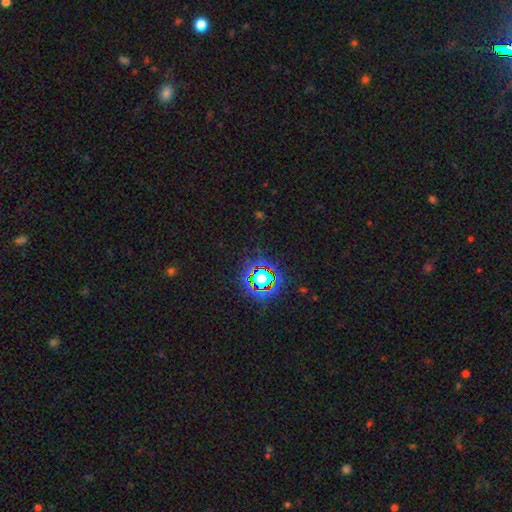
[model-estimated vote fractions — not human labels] This appears to be a star or artifact, not a galaxy (79%).